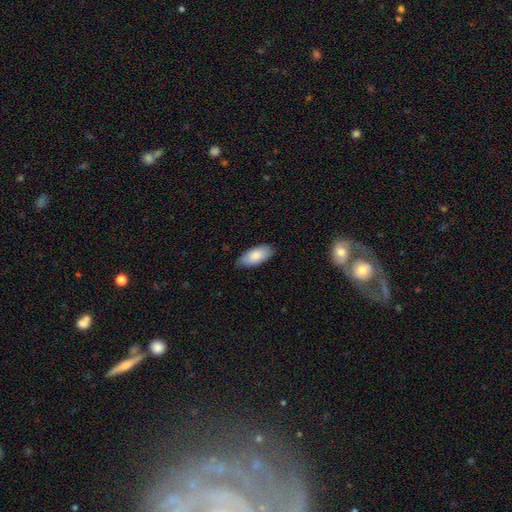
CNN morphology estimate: smooth 85%, featured or disk 9%, star or artifact 6%. Down the decision tree: how rounded — in between (92%); merging — none (82%).